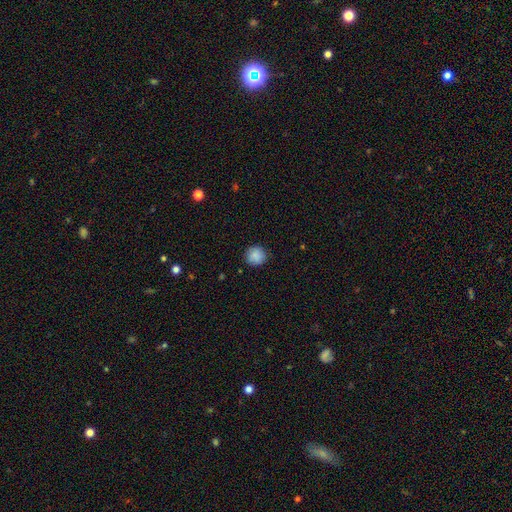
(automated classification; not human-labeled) smooth_or_featured: smooth (p=0.88) [alt: star or artifact p=0.08]
how_rounded: round (p=0.93) [alt: in between p=0.06]
merging: none (p=0.89) [alt: minor disturbance p=0.08]